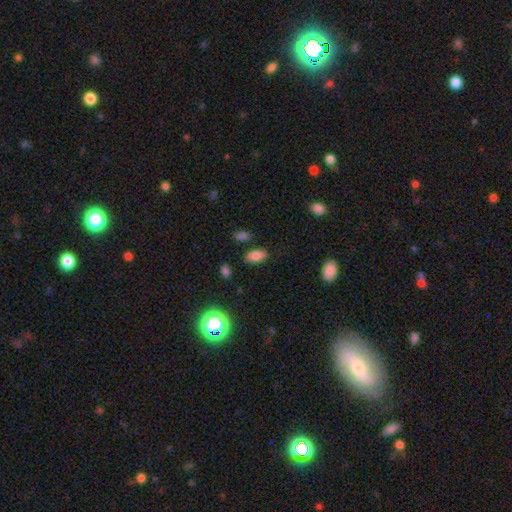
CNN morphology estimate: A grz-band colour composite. It shows a smooth galaxy with no disk features (81%) that is in between round and cigar-shaped (91%). Merging: none (82%).